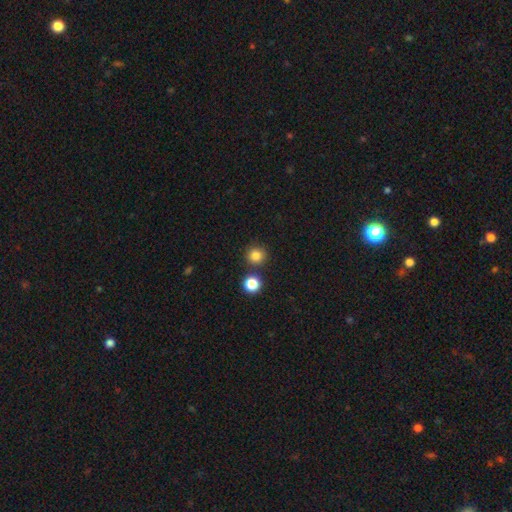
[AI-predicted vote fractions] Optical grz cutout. It shows a smooth galaxy with no disk features (83%) that is round (94%). Merging: none (84%).